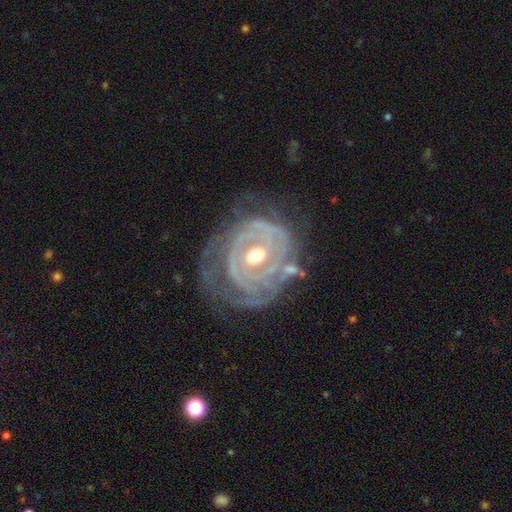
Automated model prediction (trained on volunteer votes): featured or disk 87%, smooth 7%, star or artifact 6%. Down the decision tree: edge-on disk — no (97%); bar — no (51%); spiral arms — yes (91%); spiral arm count — can't tell (38%); spiral winding — tight (80%); bulge size — moderate (65%); merging — none (58%).